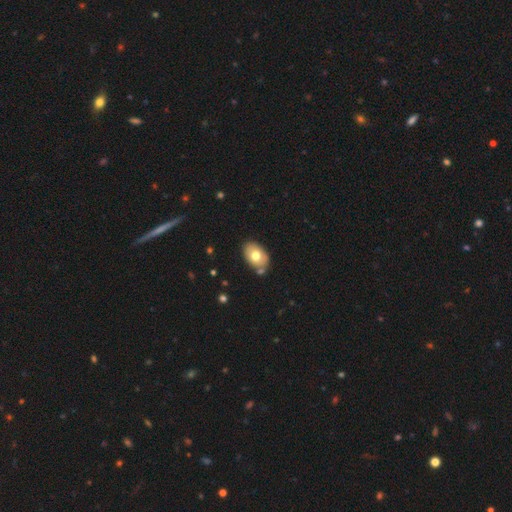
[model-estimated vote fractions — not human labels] Smooth or featured?
  - smooth: 69% *
  - featured or disk: 24%
  - star or artifact: 7%
How rounded?
  - in between: 85% *
  - round: 14%
  - cigar-shaped: 1%
Merging?
  - none: 71% *
  - minor disturbance: 16%
  - merger: 10%
  - major disturbance: 4%